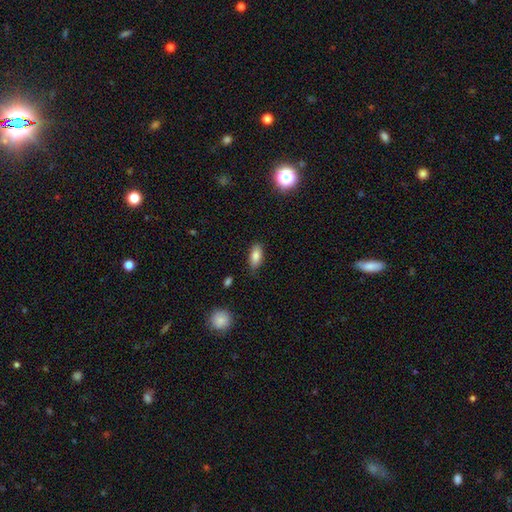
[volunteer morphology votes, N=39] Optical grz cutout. It shows a smooth galaxy with no disk features (82%) that is in between round and cigar-shaped (81%). Merging: none (70%).